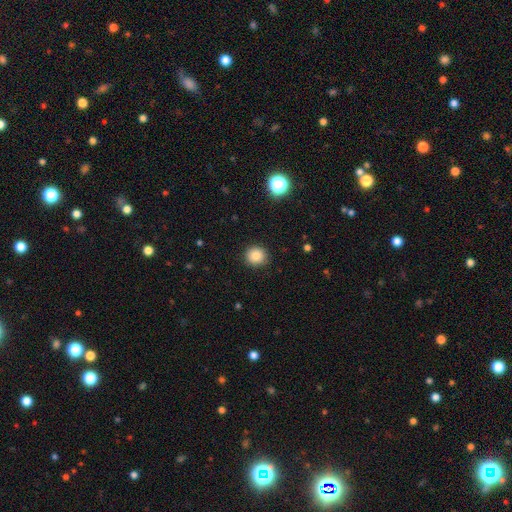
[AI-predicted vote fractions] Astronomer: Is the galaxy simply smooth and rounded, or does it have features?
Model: smooth — 84%.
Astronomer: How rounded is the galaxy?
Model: round — 90%.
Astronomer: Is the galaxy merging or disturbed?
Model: none — 90%.